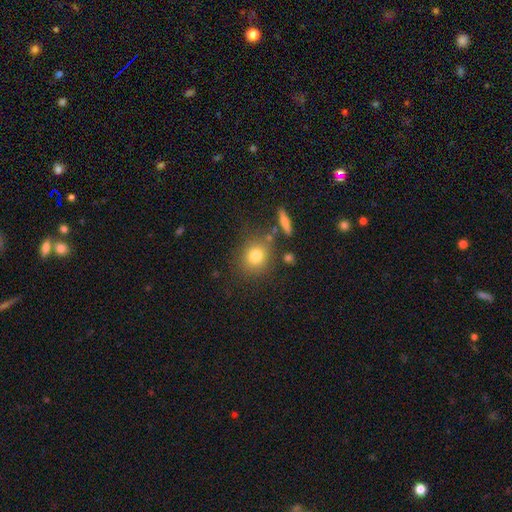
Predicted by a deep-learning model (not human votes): Overall: smooth (77%). How rounded: round (77%). Merging: none (77%).